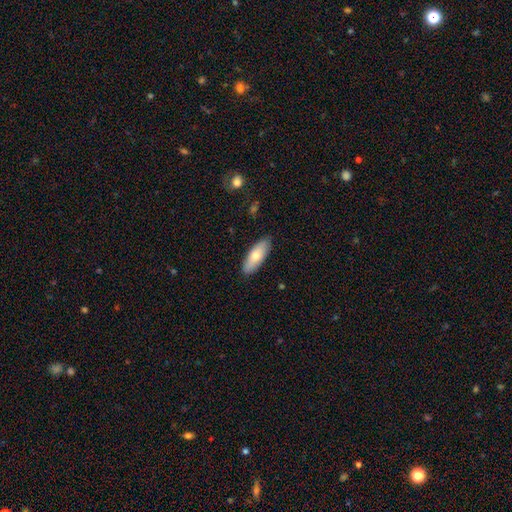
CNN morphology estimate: Smooth or featured? smooth (71%)
How rounded? in between (67%)
Merging? none (88%)